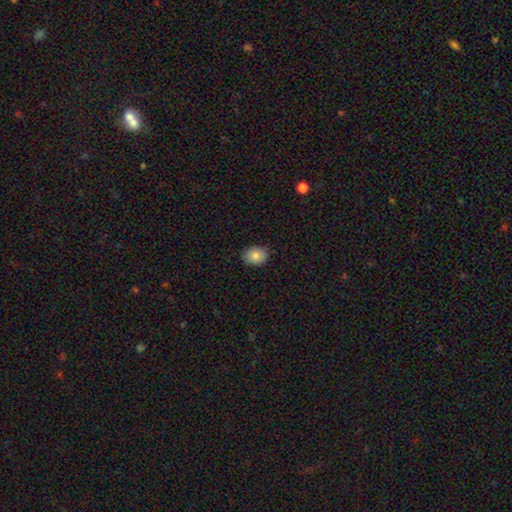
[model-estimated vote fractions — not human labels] A smooth galaxy with no disk features (84%) that is in between round and cigar-shaped (54%). Merging: none (85%).